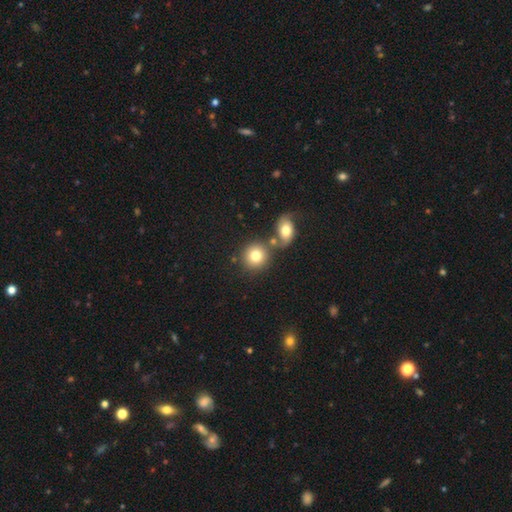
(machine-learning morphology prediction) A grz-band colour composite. It shows a smooth galaxy with no disk features (78%) that is round (84%). Merging: none (63%).